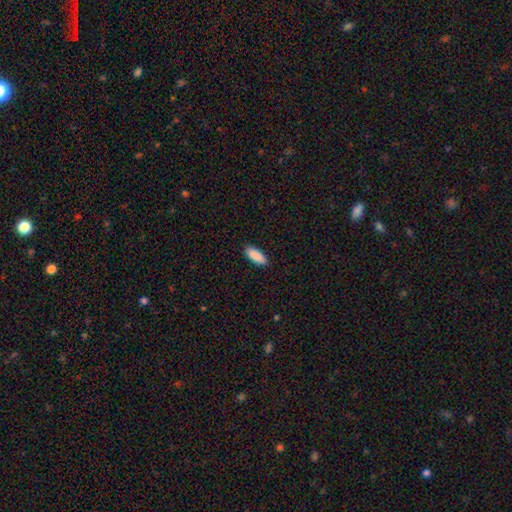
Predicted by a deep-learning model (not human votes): smooth_or_featured: smooth (p=0.90) [alt: star or artifact p=0.06]
how_rounded: in between (p=0.76) [alt: cigar-shaped p=0.22]
merging: none (p=0.89) [alt: minor disturbance p=0.08]